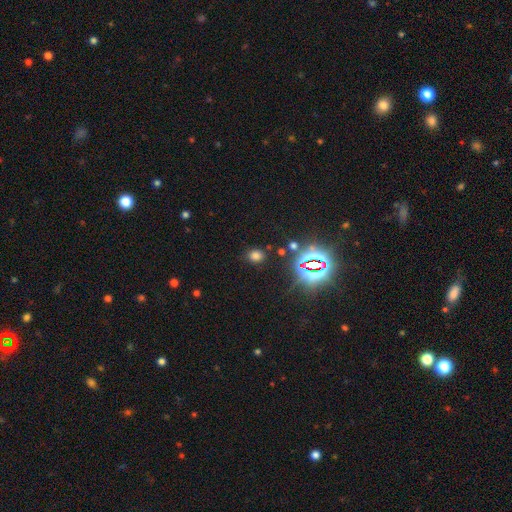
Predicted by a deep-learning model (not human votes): A smooth galaxy with no disk features (64%) that is round (53%). Merging: none (84%).